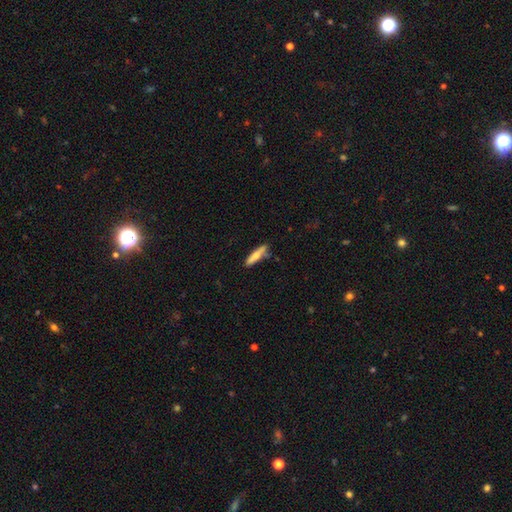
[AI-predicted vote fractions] smooth 59%, featured or disk 35%, star or artifact 6%. Down the decision tree: how rounded — cigar-shaped (79%); merging — none (72%).